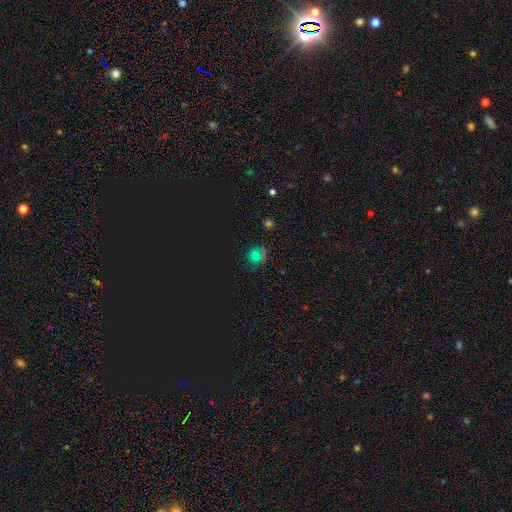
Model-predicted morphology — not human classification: smooth_or_featured: smooth (p=0.51) [alt: star or artifact p=0.40]
how_rounded: round (p=0.88) [alt: in between p=0.11]
merging: none (p=0.79) [alt: minor disturbance p=0.12]